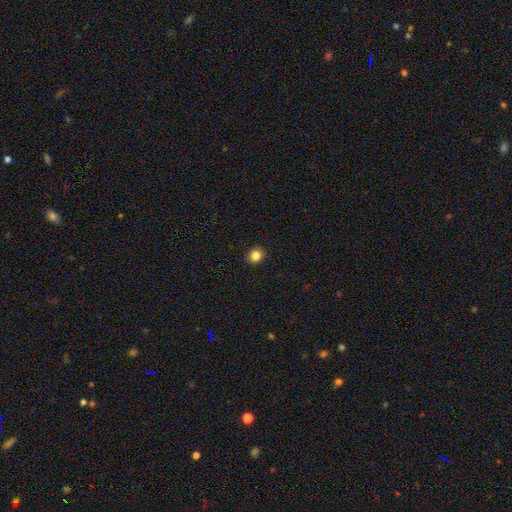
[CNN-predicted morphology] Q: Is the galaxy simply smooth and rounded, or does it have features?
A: smooth — 84%.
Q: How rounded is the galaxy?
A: round — 81%.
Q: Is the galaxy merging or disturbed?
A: none — 92%.